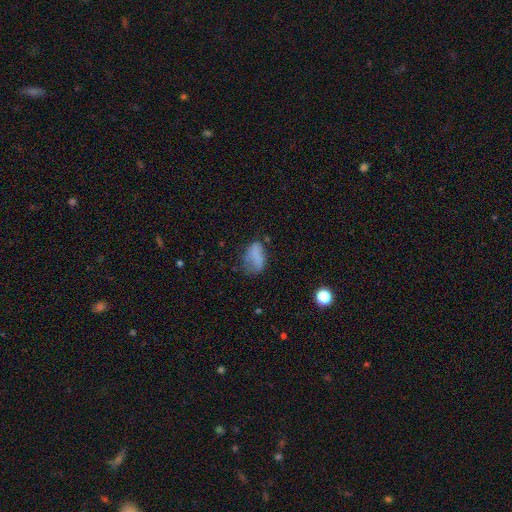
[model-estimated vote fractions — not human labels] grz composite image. It shows a smooth galaxy with no disk features (74%) that is in between round and cigar-shaped (88%). Merging: none (41%).